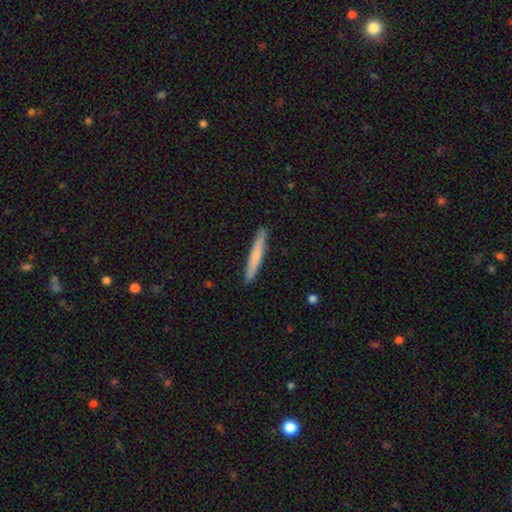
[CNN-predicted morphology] smooth_or_featured: smooth (p=0.68) [alt: featured or disk p=0.27]
how_rounded: cigar-shaped (p=0.96) [alt: in between p=0.03]
merging: none (p=0.91) [alt: minor disturbance p=0.07]